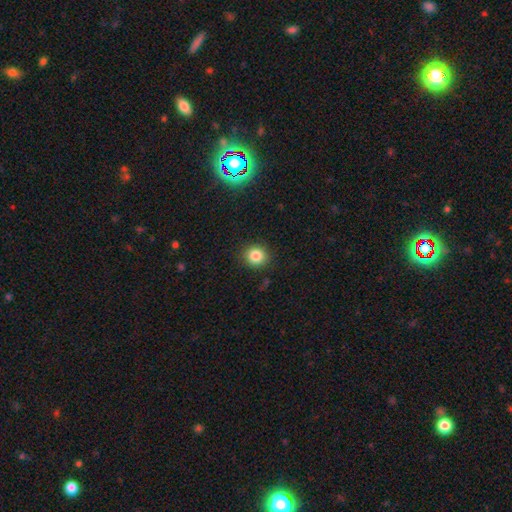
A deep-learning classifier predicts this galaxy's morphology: Smooth or featured?
  - smooth: 83% *
  - star or artifact: 11%
  - featured or disk: 6%
How rounded?
  - round: 86% *
  - in between: 13%
  - cigar-shaped: 1%
Merging?
  - none: 89% *
  - minor disturbance: 8%
  - major disturbance: 2%
  - merger: 1%